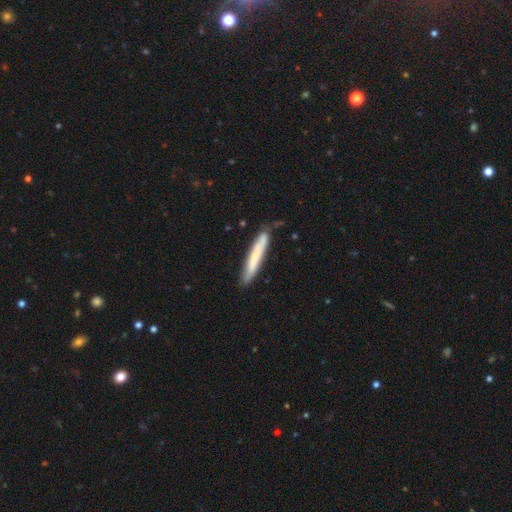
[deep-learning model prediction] smooth_or_featured: smooth (p=0.66) [alt: featured or disk p=0.28]
how_rounded: cigar-shaped (p=0.94) [alt: in between p=0.05]
merging: none (p=0.76) [alt: minor disturbance p=0.17]